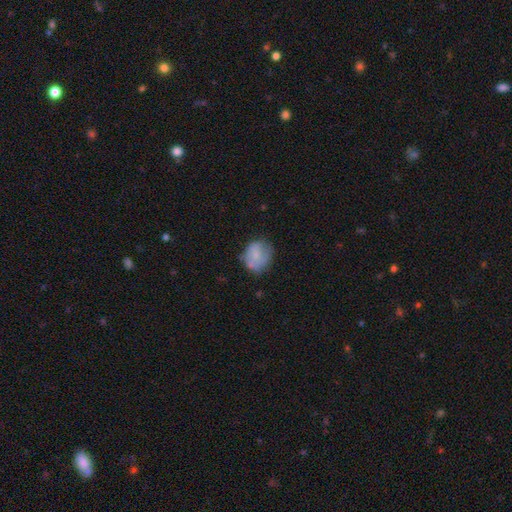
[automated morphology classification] Overall: smooth (67%). How rounded: round (61%; in between 38%). Merging: none (57%; minor disturbance 29%).